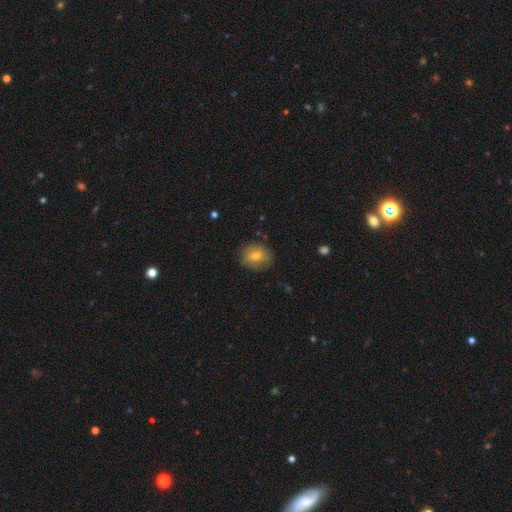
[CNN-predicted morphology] Smooth or featured?
  - smooth: 67% *
  - featured or disk: 21%
  - star or artifact: 11%
How rounded?
  - round: 71% *
  - in between: 28%
  - cigar-shaped: 1%
Merging?
  - none: 76% *
  - minor disturbance: 18%
  - major disturbance: 5%
  - merger: 1%